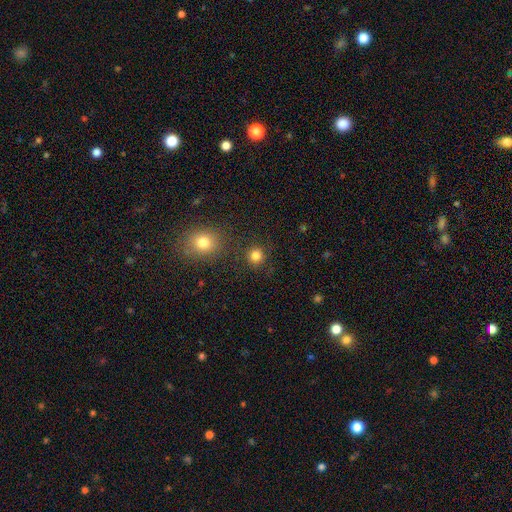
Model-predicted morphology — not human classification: Smooth or featured: smooth — 82% (star or artifact — 14%)
How rounded: round — 93% (in between — 6%)
Merging: none — 87% (minor disturbance — 6%)